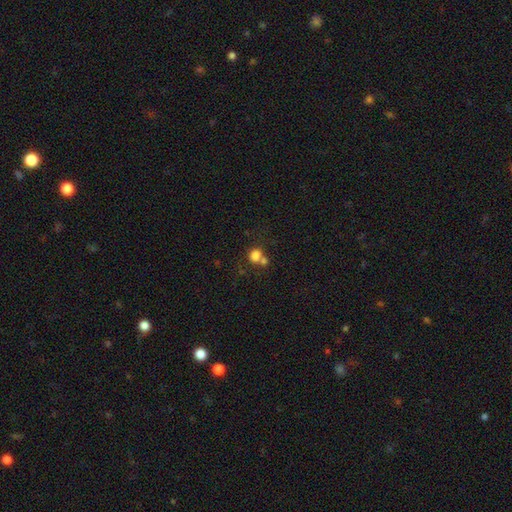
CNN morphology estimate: Smooth or featured: smooth — 78% (star or artifact — 13%)
How rounded: round — 74% (in between — 25%)
Merging: none — 44% (merger — 42%)